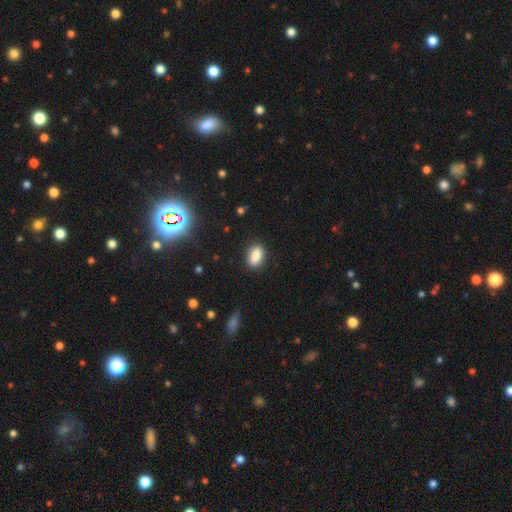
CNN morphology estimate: Smooth or featured?
  - smooth: 87% *
  - star or artifact: 9%
  - featured or disk: 5%
How rounded?
  - in between: 88% *
  - round: 9%
  - cigar-shaped: 3%
Merging?
  - none: 87% *
  - minor disturbance: 10%
  - major disturbance: 2%
  - merger: 1%